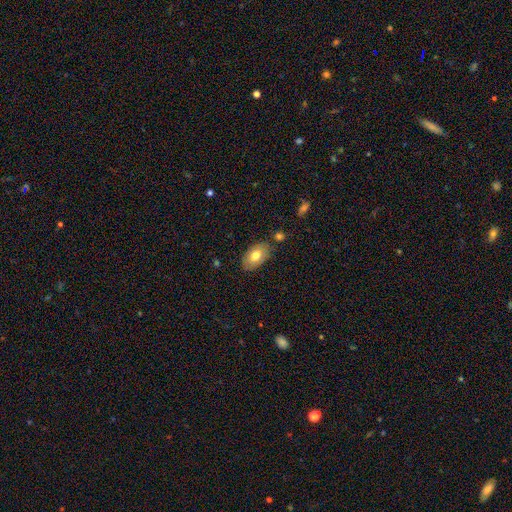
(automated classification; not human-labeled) This appears to be a smooth galaxy with no disk features (71%) that is in between round and cigar-shaped (92%). Merging: none (79%).